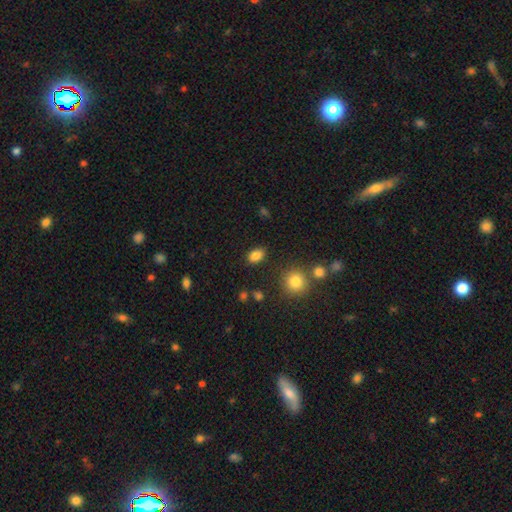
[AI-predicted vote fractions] Smooth or featured? Predicted: smooth (p=0.85). How rounded? Predicted: in between (p=0.80). Merging? Predicted: none (p=0.84).